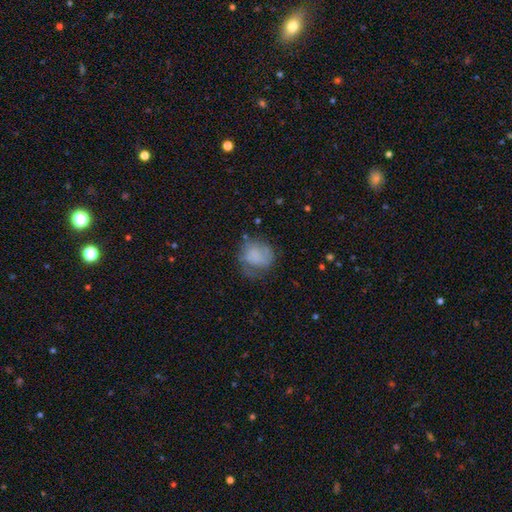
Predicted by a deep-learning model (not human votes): A smooth galaxy with no disk features (63%) that is round (70%).

Vote fractions:
- Smooth or featured? smooth: 63% / featured or disk: 27% / star or artifact: 10%
- How rounded? round: 70% / in between: 29% / cigar-shaped: 1%
- Merging? none: 43% / minor disturbance: 29% / major disturbance: 26% / merger: 3%